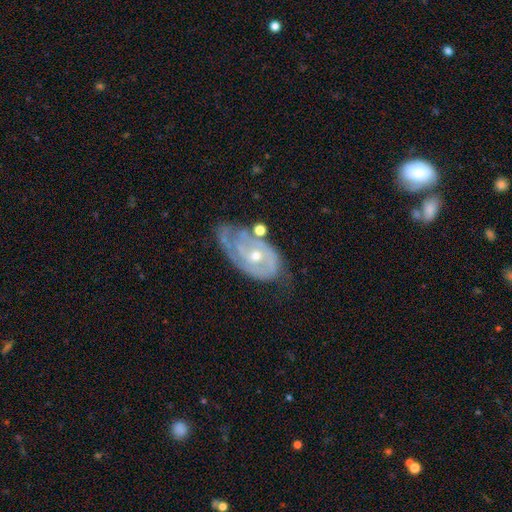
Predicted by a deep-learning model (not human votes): Smooth or featured? featured or disk (81%)
Edge-on disk? no (95%)
Bar? no (71%)
Spiral arms? yes (87%)
Spiral winding? tight (65%)
Spiral arm count? 2 (39%)
Bulge size? moderate (51%)
Merging? none (45%)